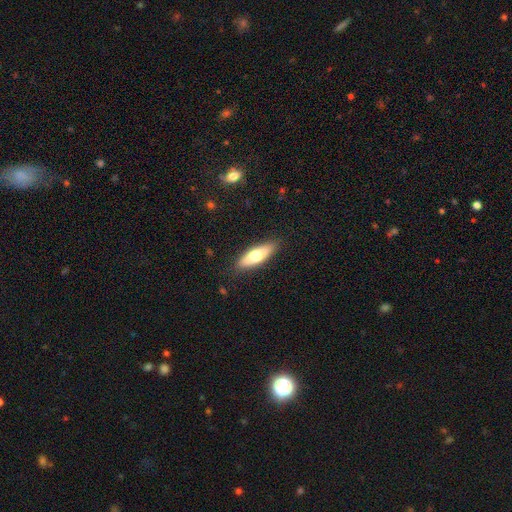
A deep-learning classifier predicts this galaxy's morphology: smooth-or-featured: smooth: 62% | featured or disk: 32% | star or artifact: 6%
  how-rounded: cigar-shaped: 50% | in between: 48% | round: 2%
  merging: none: 87% | minor disturbance: 10% | major disturbance: 2% | merger: 1%